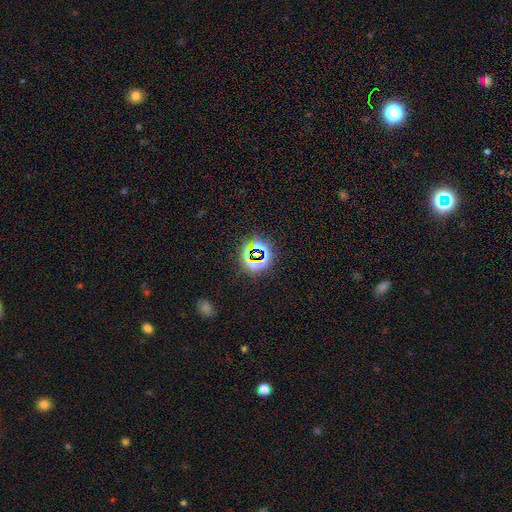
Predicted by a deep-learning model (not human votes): Smooth or featured? Predicted: star or artifact (p=0.73).